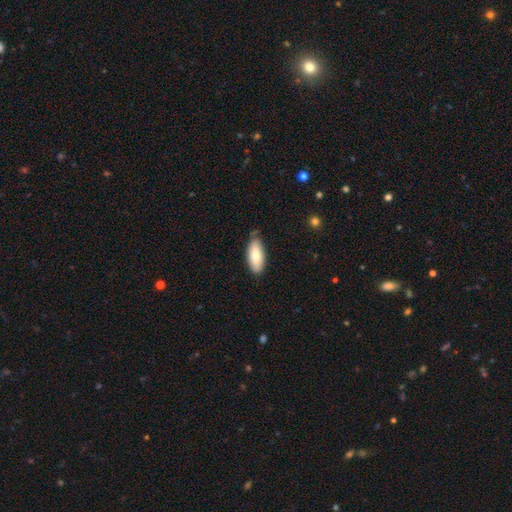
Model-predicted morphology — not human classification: A smooth galaxy with no disk features (79%) that is in between round and cigar-shaped (85%). Merging: none (74%).